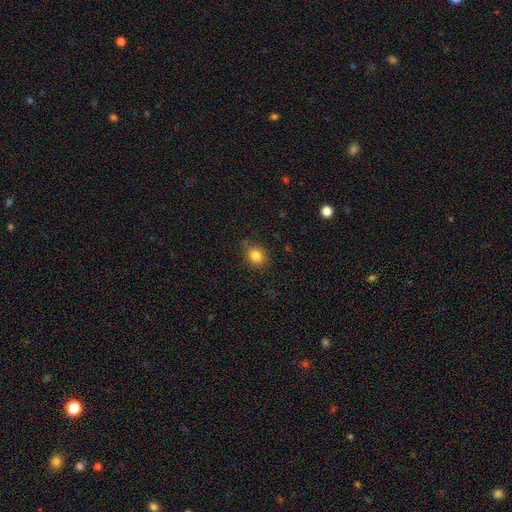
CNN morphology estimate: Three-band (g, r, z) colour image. It shows a smooth galaxy with no disk features (83%) that is round (74%). Merging: none (82%).